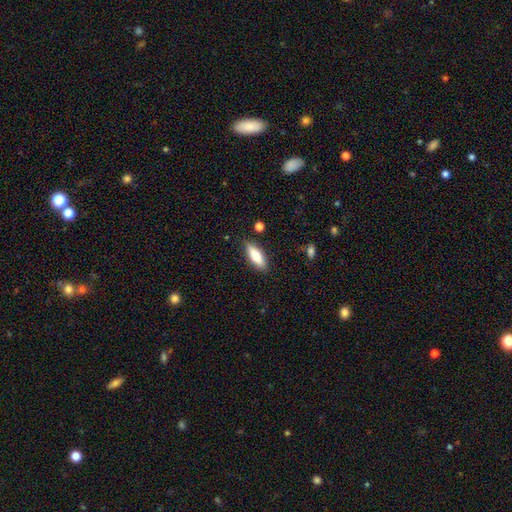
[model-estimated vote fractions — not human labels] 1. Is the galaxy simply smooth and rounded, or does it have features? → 75% smooth, 19% featured or disk, 6% star or artifact.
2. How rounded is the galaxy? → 59% in between, 39% cigar-shaped, 2% round.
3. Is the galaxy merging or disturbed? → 85% none, 10% minor disturbance, 2% major disturbance, 2% merger.